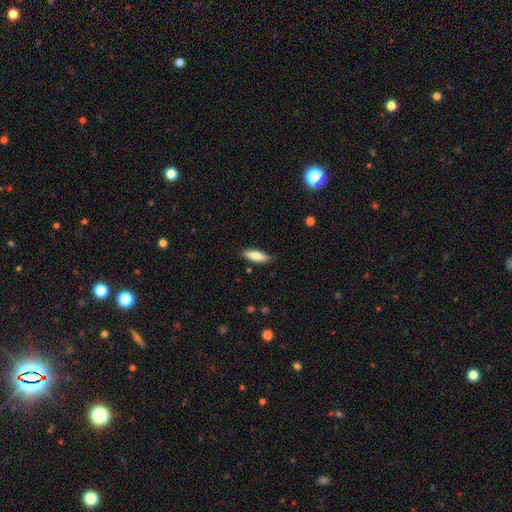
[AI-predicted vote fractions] This is likely a smooth galaxy (79%). How rounded: possibly in between (53%). Merging: clearly none (86%).